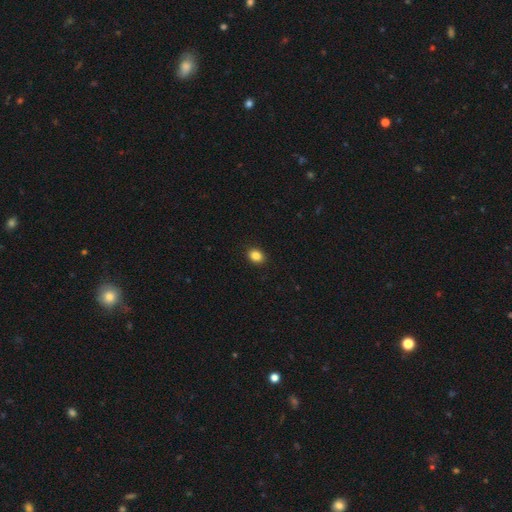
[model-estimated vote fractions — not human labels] Smooth or featured?
  - smooth: 86% *
  - star or artifact: 10%
  - featured or disk: 4%
How rounded?
  - in between: 55% *
  - round: 44%
  - cigar-shaped: 1%
Merging?
  - none: 91% *
  - minor disturbance: 6%
  - major disturbance: 2%
  - merger: 1%